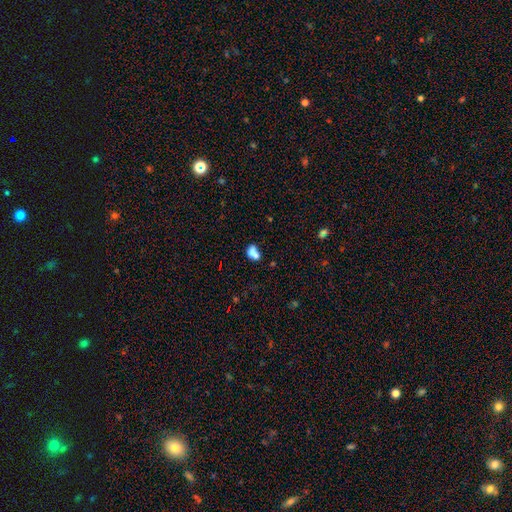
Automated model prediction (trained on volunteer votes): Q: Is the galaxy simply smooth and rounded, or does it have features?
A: smooth — 75%.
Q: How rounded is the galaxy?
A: in between — 73%.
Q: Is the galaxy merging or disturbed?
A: none — 36%.